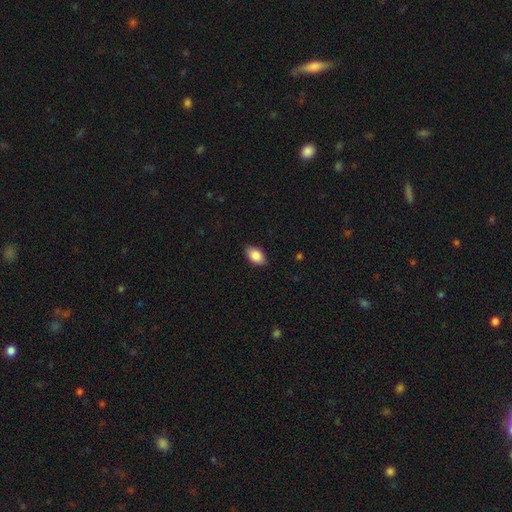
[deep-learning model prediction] This is clearly a smooth galaxy (87%). How rounded: clearly in between (91%). Merging: clearly none (85%).